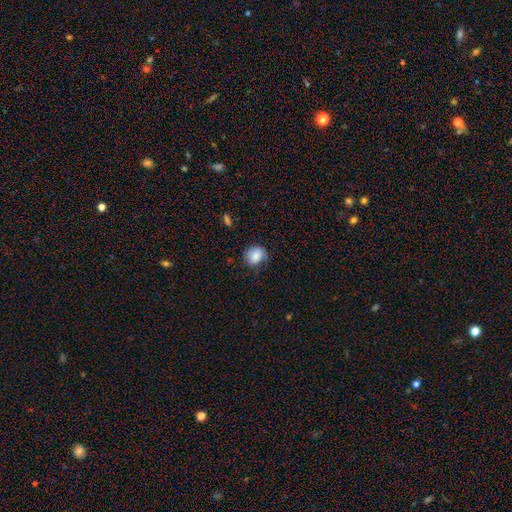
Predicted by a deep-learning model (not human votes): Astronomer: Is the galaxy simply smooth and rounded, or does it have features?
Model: smooth — 84%.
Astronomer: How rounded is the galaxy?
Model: round — 62%.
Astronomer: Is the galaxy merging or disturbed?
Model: none — 65%.